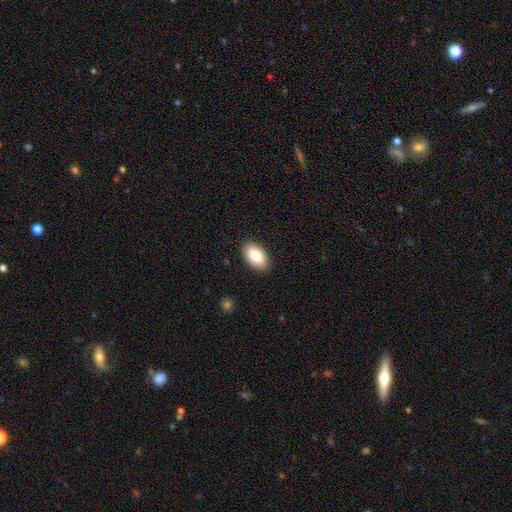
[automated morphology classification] A smooth galaxy with no disk features (87%) that is in between round and cigar-shaped (95%). Merging: none (89%).